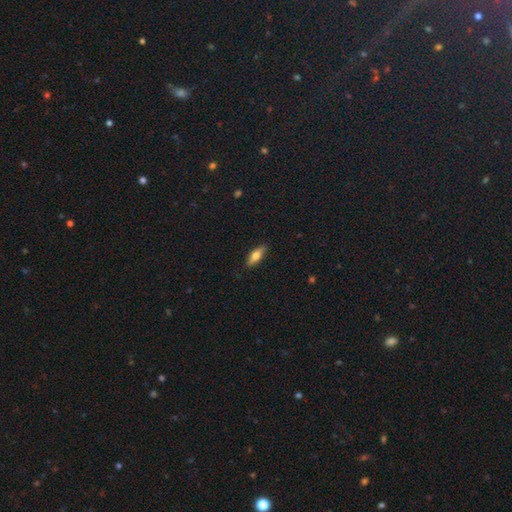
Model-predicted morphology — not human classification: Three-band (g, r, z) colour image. It shows a smooth galaxy with no disk features (62%) that is in between round and cigar-shaped (53%). Merging: none (87%).